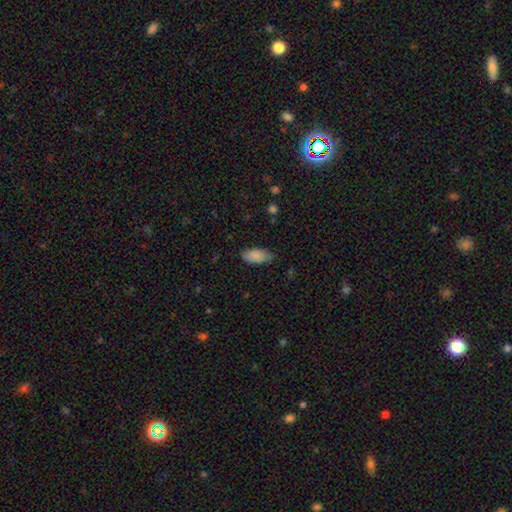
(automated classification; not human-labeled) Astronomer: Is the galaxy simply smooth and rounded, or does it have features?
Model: smooth — 86%.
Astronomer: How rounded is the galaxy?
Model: in between — 92%.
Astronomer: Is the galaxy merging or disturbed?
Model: none — 73%.